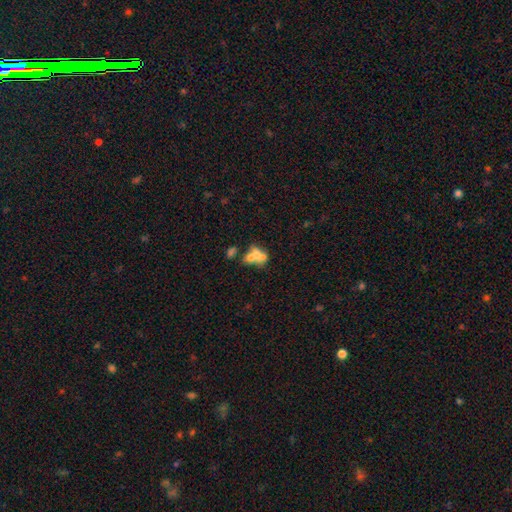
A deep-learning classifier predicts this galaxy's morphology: Q: Smooth or featured?
A: smooth (54%); runner-up: featured or disk (33%)
Q: How rounded?
A: in between (68%); runner-up: round (28%)
Q: Merging?
A: merger (59%); runner-up: none (23%)